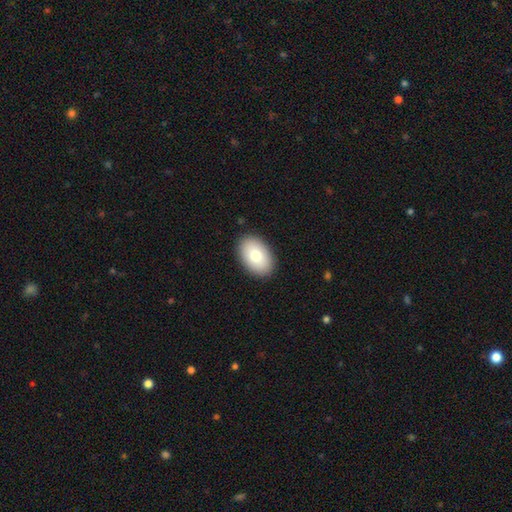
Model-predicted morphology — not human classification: smooth 79%, featured or disk 15%, star or artifact 7%. Down the decision tree: how rounded — in between (91%); merging — none (90%).